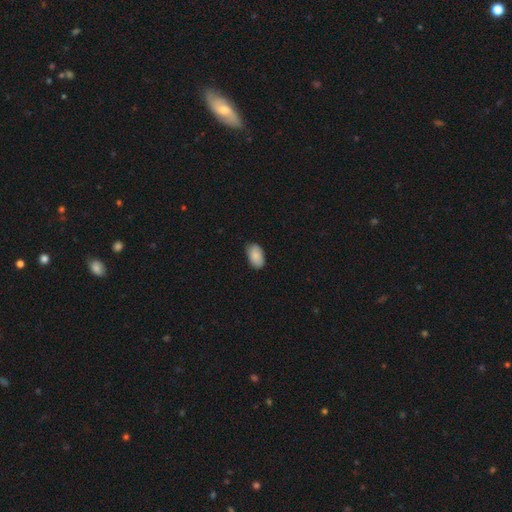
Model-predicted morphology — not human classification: Overall: smooth (88%). How rounded: in between (93%). Merging: none (82%).